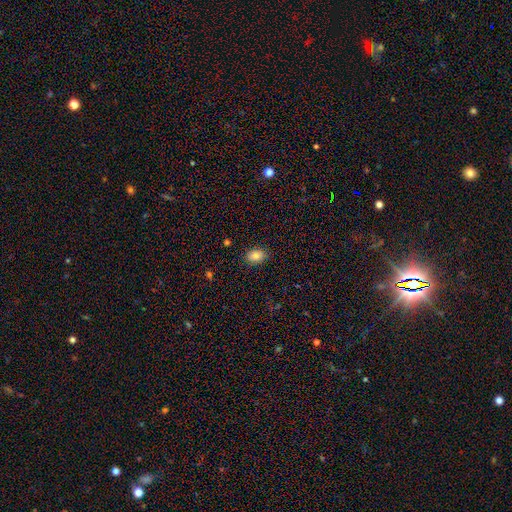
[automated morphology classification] This is clearly a smooth galaxy (82%). How rounded: likely in between (79%). Merging: clearly none (86%).